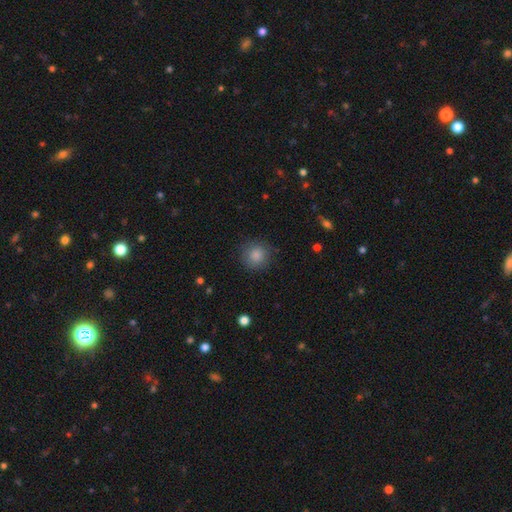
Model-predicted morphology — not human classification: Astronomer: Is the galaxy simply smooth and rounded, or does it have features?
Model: smooth — 82%.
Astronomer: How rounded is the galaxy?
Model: round — 94%.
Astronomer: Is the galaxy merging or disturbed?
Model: none — 87%.